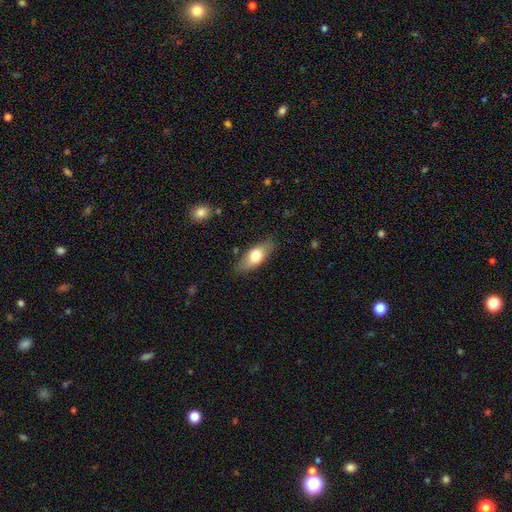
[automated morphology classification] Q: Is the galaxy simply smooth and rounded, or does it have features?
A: smooth — 66%.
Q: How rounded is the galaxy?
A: in between — 78%.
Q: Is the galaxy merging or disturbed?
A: none — 82%.